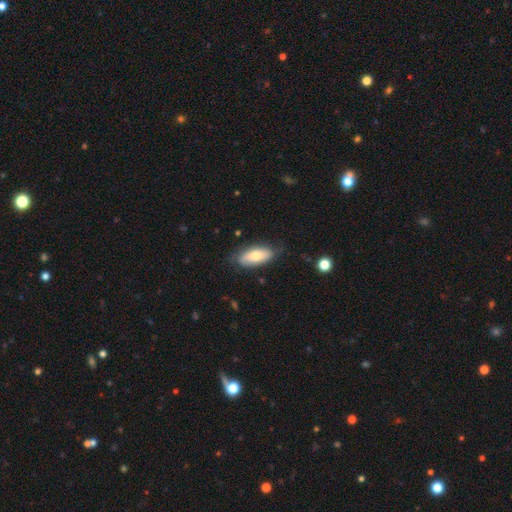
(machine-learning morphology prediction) smooth-or-featured: smooth: 70% | featured or disk: 24% | star or artifact: 6%
  how-rounded: in between: 85% | cigar-shaped: 13% | round: 2%
  merging: none: 71% | minor disturbance: 22% | major disturbance: 5% | merger: 2%